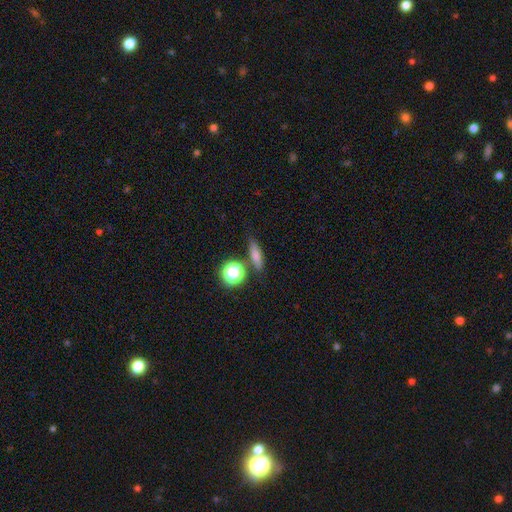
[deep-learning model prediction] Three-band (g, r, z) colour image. It shows a smooth galaxy with no disk features (70%) that is cigar-shaped (52%). Merging: none (77%).